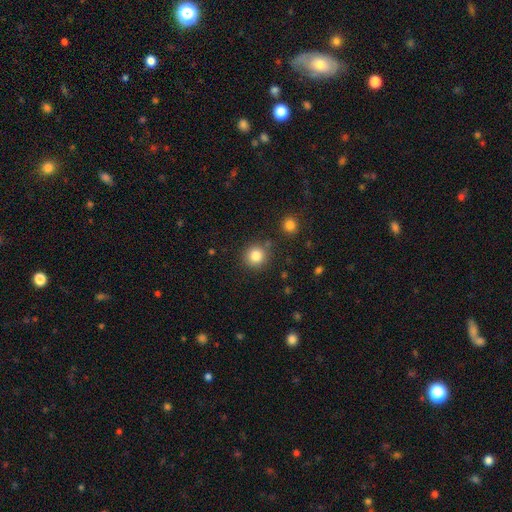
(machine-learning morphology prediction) Q: Smooth or featured?
A: smooth (84%); runner-up: star or artifact (11%)
Q: How rounded?
A: round (92%); runner-up: in between (7%)
Q: Merging?
A: none (83%); runner-up: minor disturbance (8%)